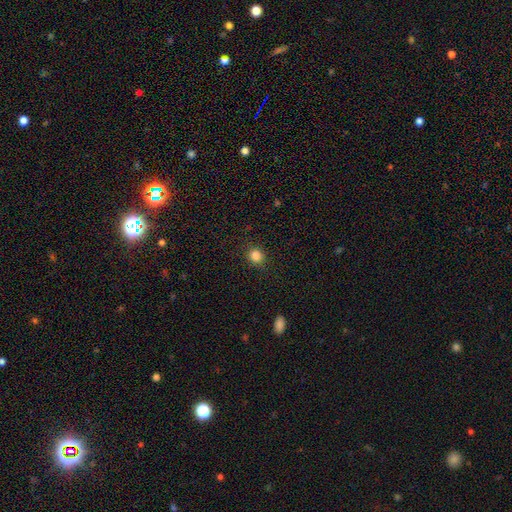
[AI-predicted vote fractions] Smooth or featured: smooth — 85% (star or artifact — 11%)
How rounded: round — 85% (in between — 14%)
Merging: none — 90% (minor disturbance — 7%)